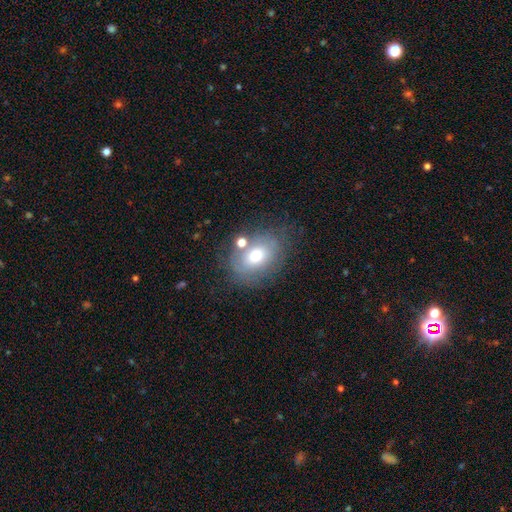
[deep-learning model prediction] smooth_or_featured: smooth (p=0.61) [alt: featured or disk p=0.28]
how_rounded: in between (p=0.66) [alt: round p=0.33]
merging: none (p=0.60) [alt: minor disturbance p=0.19]